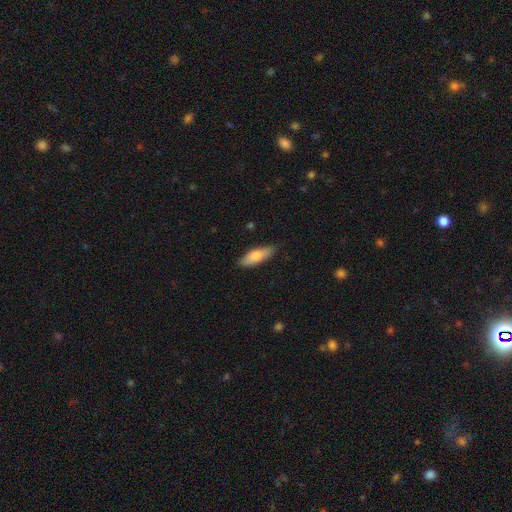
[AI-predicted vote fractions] Smooth or featured? Predicted: smooth (p=0.74). How rounded? Predicted: in between (p=0.54). Merging? Predicted: none (p=0.83).